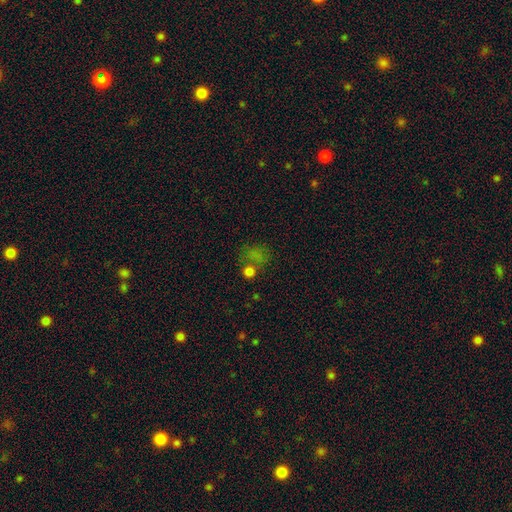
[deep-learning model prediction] smooth 60%, star or artifact 30%, featured or disk 10%. Down the decision tree: how rounded — round (71%); merging — none (52%).